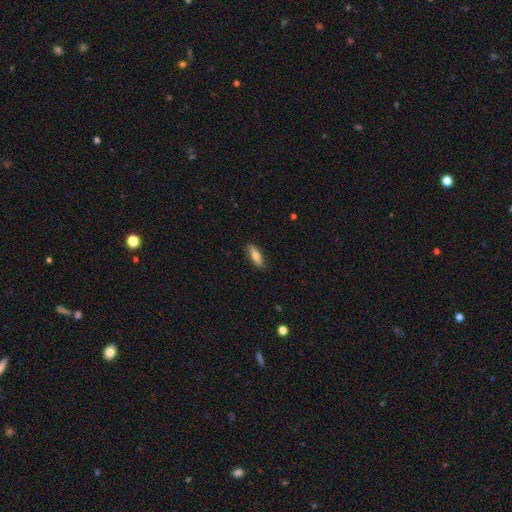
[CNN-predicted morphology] Smooth or featured? Predicted: smooth (p=0.73). How rounded? Predicted: in between (p=0.53). Merging? Predicted: none (p=0.85).